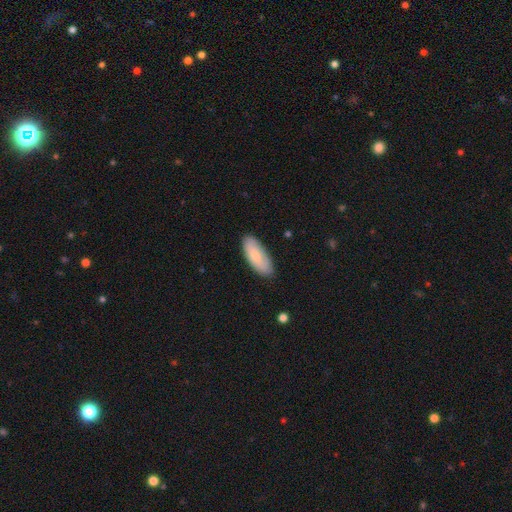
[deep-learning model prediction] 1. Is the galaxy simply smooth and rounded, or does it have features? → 79% smooth, 15% featured or disk, 5% star or artifact.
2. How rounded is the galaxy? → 81% in between, 17% cigar-shaped, 2% round.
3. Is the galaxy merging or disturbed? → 83% none, 13% minor disturbance, 2% major disturbance, 1% merger.